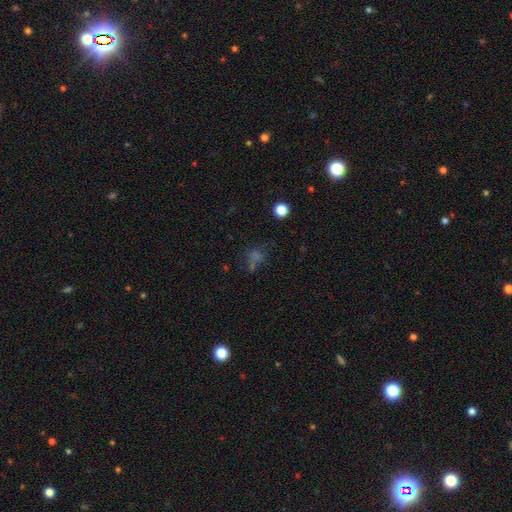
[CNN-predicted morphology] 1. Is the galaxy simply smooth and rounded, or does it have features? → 44% smooth, 37% star or artifact, 19% featured or disk.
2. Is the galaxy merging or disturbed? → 52% none, 18% major disturbance, 17% minor disturbance, 13% merger.